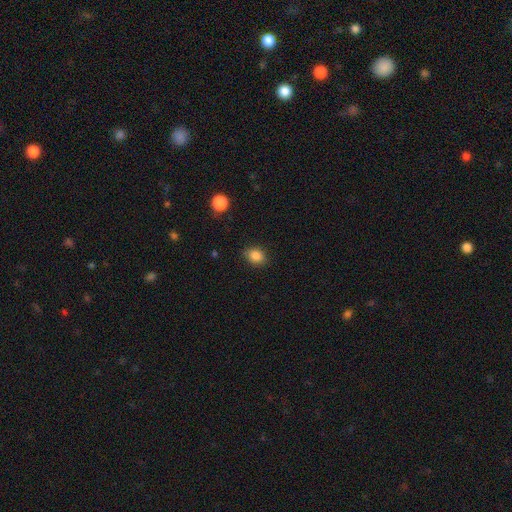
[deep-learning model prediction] Q: Smooth or featured?
A: smooth (86%); runner-up: star or artifact (10%)
Q: How rounded?
A: in between (56%); runner-up: round (43%)
Q: Merging?
A: none (84%); runner-up: minor disturbance (12%)